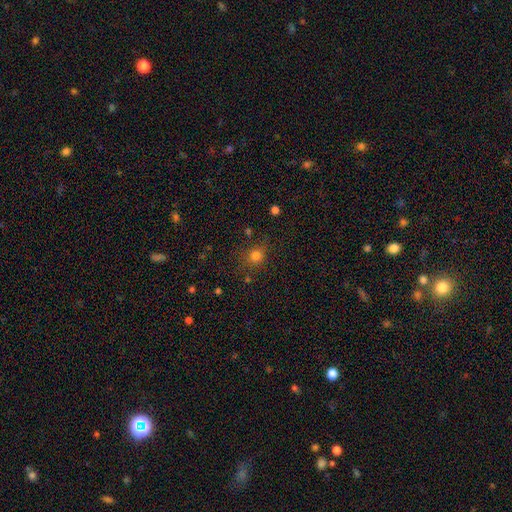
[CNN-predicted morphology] A smooth galaxy with no disk features (78%) that is round (83%). Merging: none (79%).